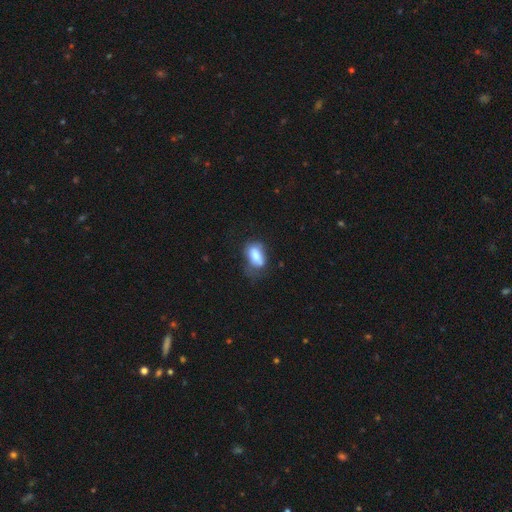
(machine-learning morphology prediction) smooth 75%, featured or disk 16%, star or artifact 9%. Down the decision tree: how rounded — in between (87%); merging — none (40%).